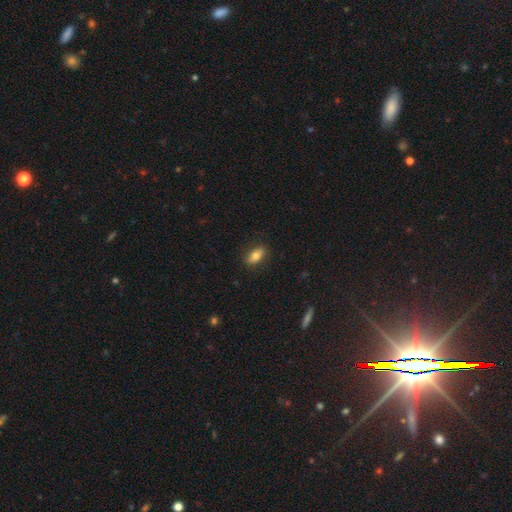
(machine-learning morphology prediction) smooth_or_featured: smooth (p=0.78) [alt: featured or disk p=0.15]
how_rounded: in between (p=0.85) [alt: cigar-shaped p=0.10]
merging: none (p=0.86) [alt: minor disturbance p=0.11]